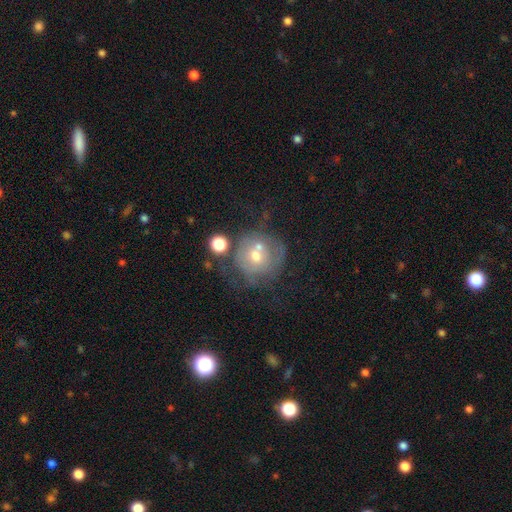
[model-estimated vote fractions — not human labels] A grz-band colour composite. It shows a featured or disk galaxy (51%). Merging: none (46%).